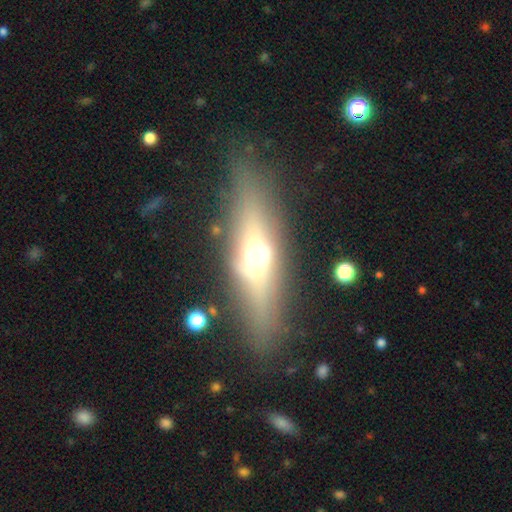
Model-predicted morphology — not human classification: featured or disk 54%, smooth 37%, star or artifact 8%. Down the decision tree: edge-on disk — yes (84%); merging — none (83%).